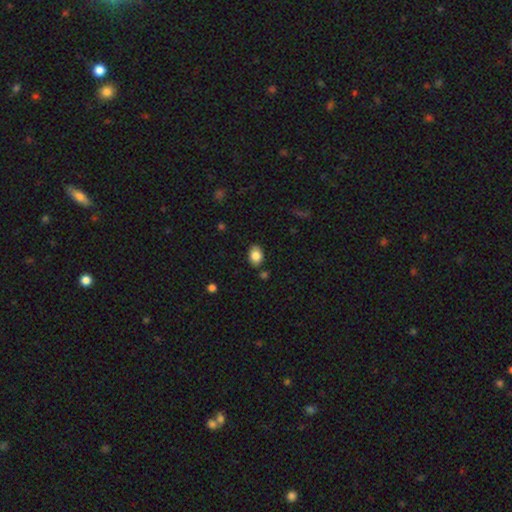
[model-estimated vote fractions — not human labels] This appears to be a smooth galaxy with no disk features (84%) that is in between round and cigar-shaped (78%). Merging: none (83%).